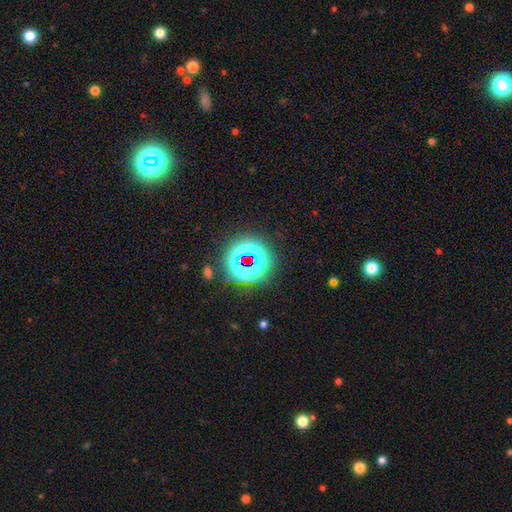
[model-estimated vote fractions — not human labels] Q: Smooth or featured?
A: star or artifact (63%); runner-up: smooth (21%)